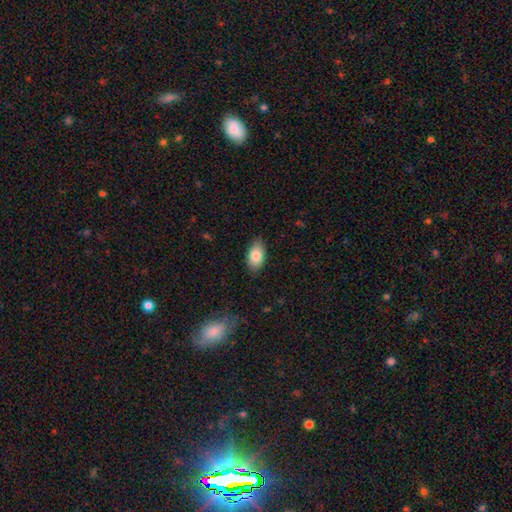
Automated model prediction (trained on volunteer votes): A smooth galaxy with no disk features (84%) that is in between round and cigar-shaped (93%).

Vote fractions:
- Smooth or featured? smooth: 84% / featured or disk: 9% / star or artifact: 7%
- How rounded? in between: 93% / round: 5% / cigar-shaped: 2%
- Merging? none: 83% / minor disturbance: 13% / major disturbance: 3% / merger: 1%